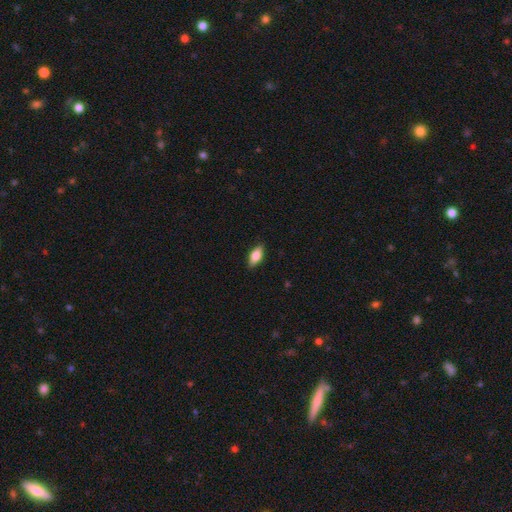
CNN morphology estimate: Q: Smooth or featured?
A: smooth (75%); runner-up: featured or disk (19%)
Q: How rounded?
A: in between (83%); runner-up: cigar-shaped (13%)
Q: Merging?
A: none (88%); runner-up: minor disturbance (9%)